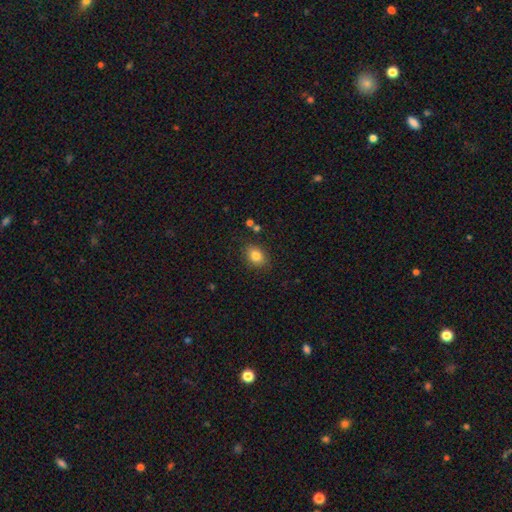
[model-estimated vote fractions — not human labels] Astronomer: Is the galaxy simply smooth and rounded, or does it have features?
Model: smooth — 82%.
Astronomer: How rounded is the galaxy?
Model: in between — 65%.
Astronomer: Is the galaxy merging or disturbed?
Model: none — 83%.